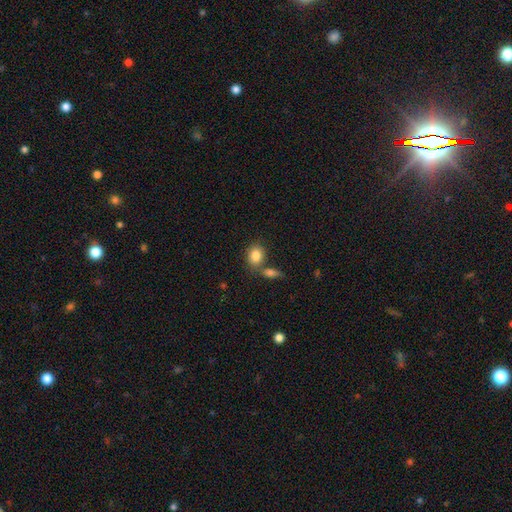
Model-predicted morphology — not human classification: smooth-or-featured: smooth: 84% | star or artifact: 8% | featured or disk: 7%
  how-rounded: in between: 56% | round: 43% | cigar-shaped: 2%
  merging: none: 55% | merger: 29% | minor disturbance: 12% | major disturbance: 4%